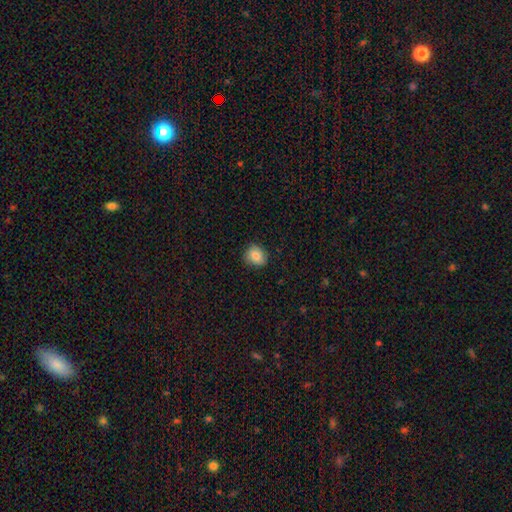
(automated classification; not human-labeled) Smooth or featured?
  - smooth: 83% *
  - featured or disk: 9%
  - star or artifact: 8%
How rounded?
  - round: 63% *
  - in between: 36%
  - cigar-shaped: 1%
Merging?
  - none: 80% *
  - minor disturbance: 16%
  - major disturbance: 3%
  - merger: 1%